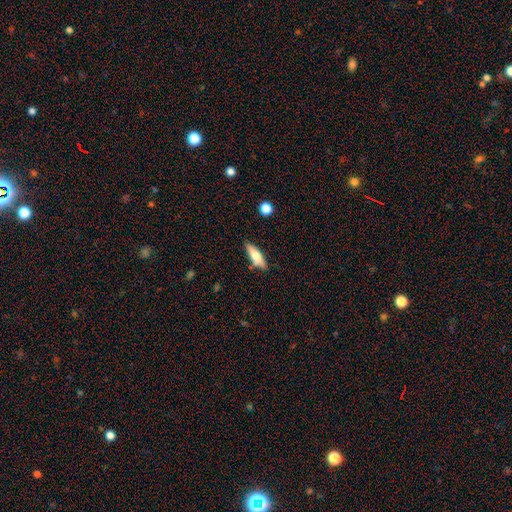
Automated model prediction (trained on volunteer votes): Overall: smooth (63%; featured or disk 31%). How rounded: cigar-shaped (50%; in between 48%). Merging: none (79%).